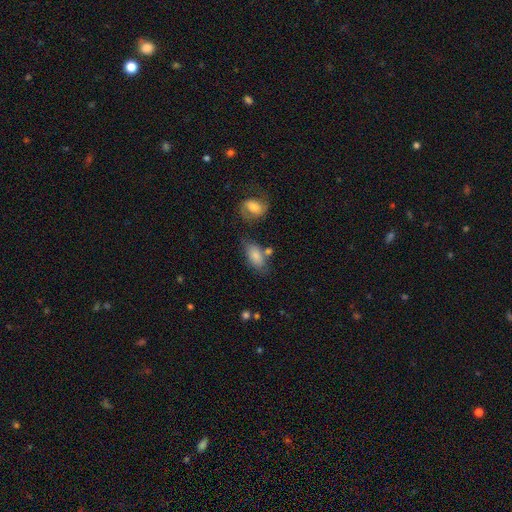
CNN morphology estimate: Smooth or featured? smooth (82%)
How rounded? in between (91%)
Merging? none (59%)